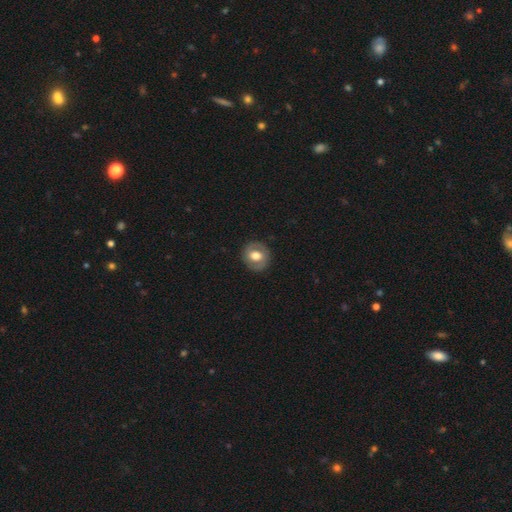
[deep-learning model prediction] A smooth galaxy with no disk features (54%) that is round (77%).

Vote fractions:
- Smooth or featured? smooth: 54% / featured or disk: 39% / star or artifact: 7%
- How rounded? round: 77% / in between: 22% / cigar-shaped: 1%
- Merging? none: 85% / minor disturbance: 10% / major disturbance: 3% / merger: 1%